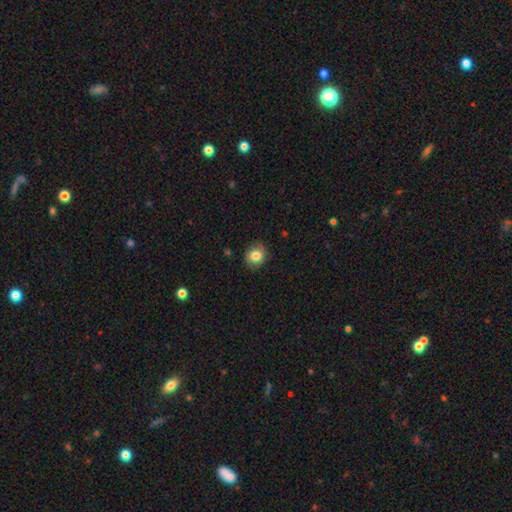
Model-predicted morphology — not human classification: Smooth or featured: smooth — 81% (star or artifact — 9%)
How rounded: round — 76% (in between — 23%)
Merging: none — 83% (minor disturbance — 13%)